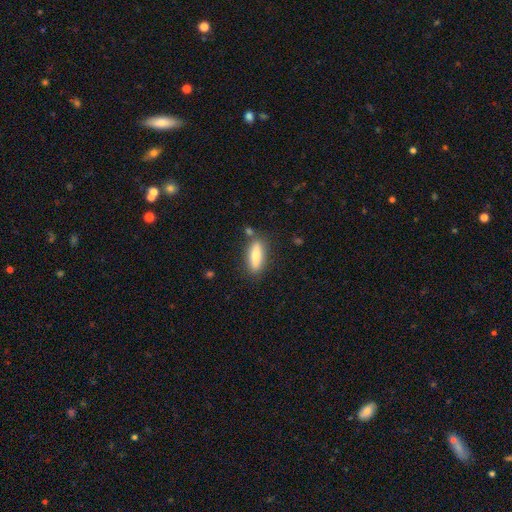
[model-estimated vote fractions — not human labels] Smooth or featured? Predicted: smooth (p=0.73). How rounded? Predicted: cigar-shaped (p=0.60). Merging? Predicted: none (p=0.81).